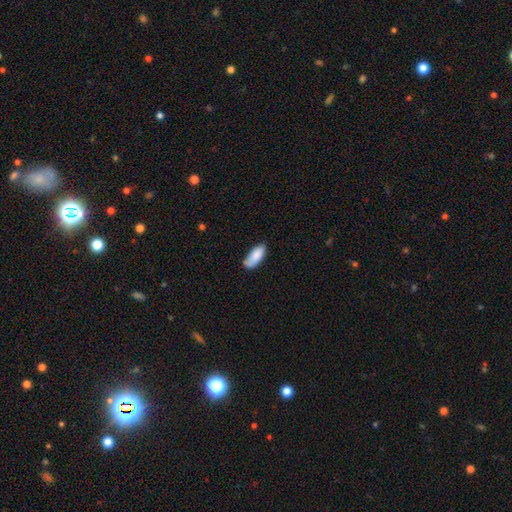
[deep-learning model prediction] A smooth galaxy with no disk features (84%) that is in between round and cigar-shaped (83%). Merging: none (64%).